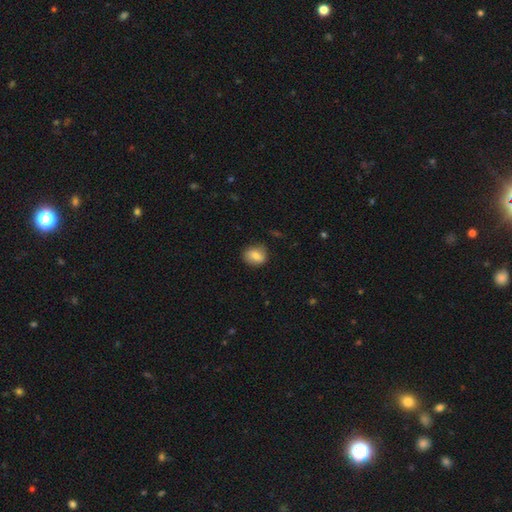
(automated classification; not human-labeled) This is likely a smooth galaxy (75%). How rounded: possibly round (60%). Merging: likely none (79%).